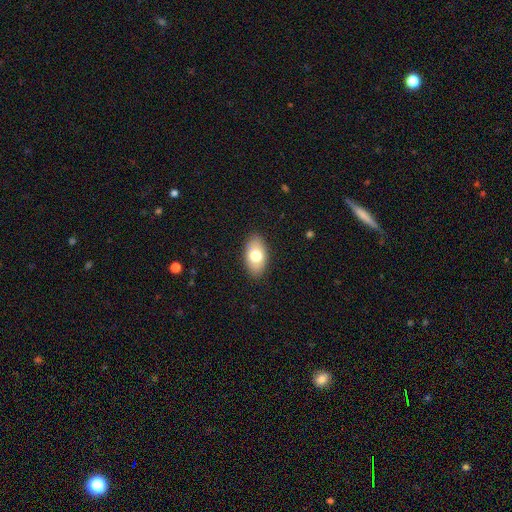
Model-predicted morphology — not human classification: The model was most divided on "smooth or featured": smooth: 74%, featured or disk: 19%, star or artifact: 7%. More confident: how rounded — in between (93%); merging — none (87%).